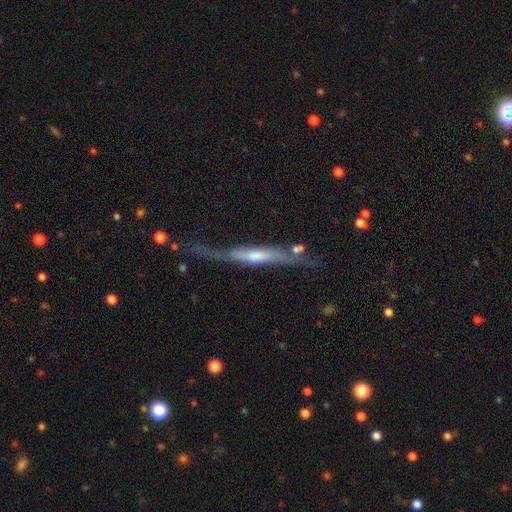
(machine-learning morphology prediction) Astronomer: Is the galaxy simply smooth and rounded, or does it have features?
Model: featured or disk — 66%.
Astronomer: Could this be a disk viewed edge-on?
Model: yes — 86%.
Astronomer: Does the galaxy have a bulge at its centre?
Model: rounded — 48% (runner-up: none, 27%).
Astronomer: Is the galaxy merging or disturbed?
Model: none — 54%.